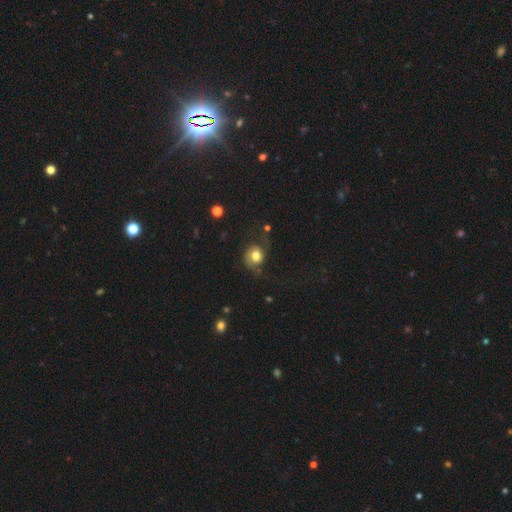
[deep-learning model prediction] Q: Smooth or featured?
A: smooth (54%); runner-up: featured or disk (36%)
Q: How rounded?
A: round (68%); runner-up: in between (31%)
Q: Merging?
A: none (47%); runner-up: major disturbance (26%)